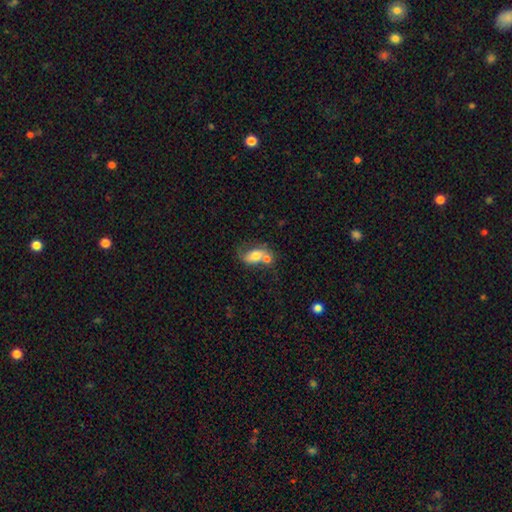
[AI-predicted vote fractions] Morphology: type=smooth (57%); roundness=in between (82%); merging=merger (48%).